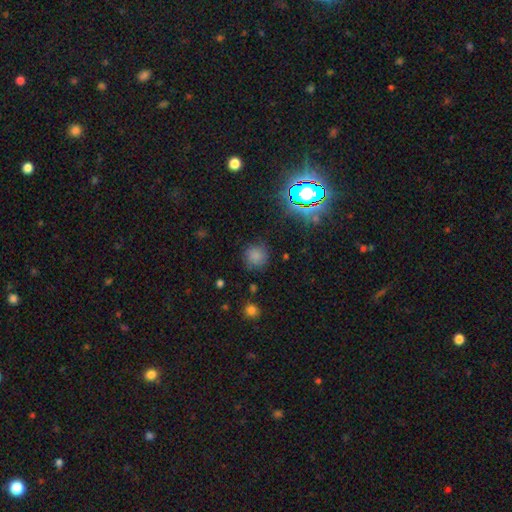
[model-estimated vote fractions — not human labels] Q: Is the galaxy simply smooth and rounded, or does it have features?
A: smooth — 75%.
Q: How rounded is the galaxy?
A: round — 92%.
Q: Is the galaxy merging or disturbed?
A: none — 82%.